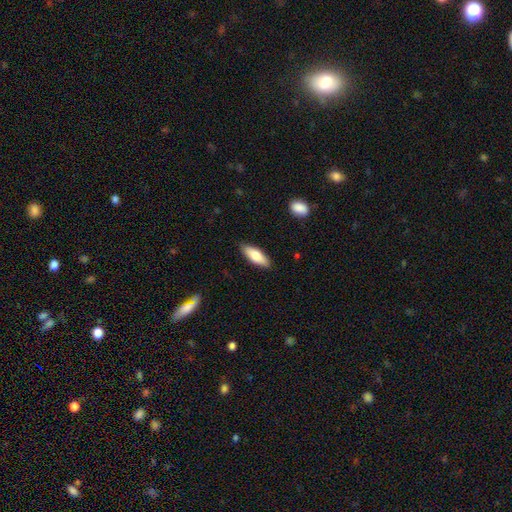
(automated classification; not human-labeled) The model was most divided on "how rounded": in between: 63%, cigar-shaped: 35%, round: 2%. More confident: merging — none (87%); smooth or featured — smooth (76%).